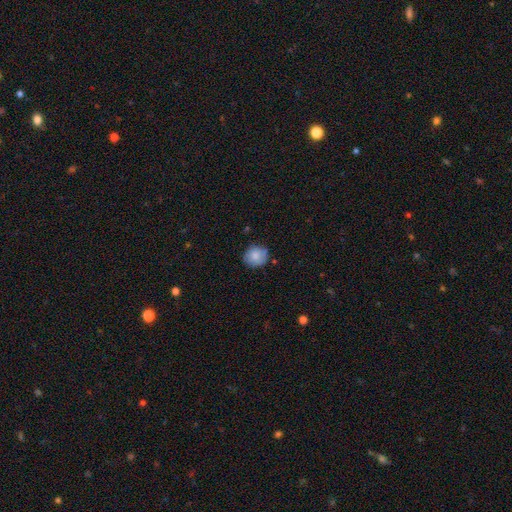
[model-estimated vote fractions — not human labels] smooth 81%, featured or disk 11%, star or artifact 7%. Down the decision tree: how rounded — round (81%); merging — none (79%).